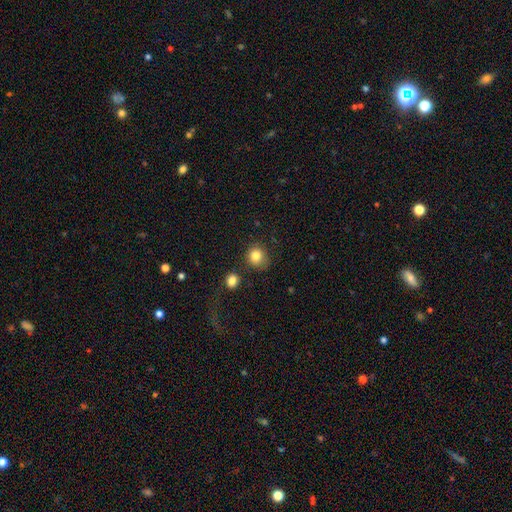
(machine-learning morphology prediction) smooth 83%, star or artifact 10%, featured or disk 7%. Down the decision tree: how rounded — round (82%); merging — none (75%).